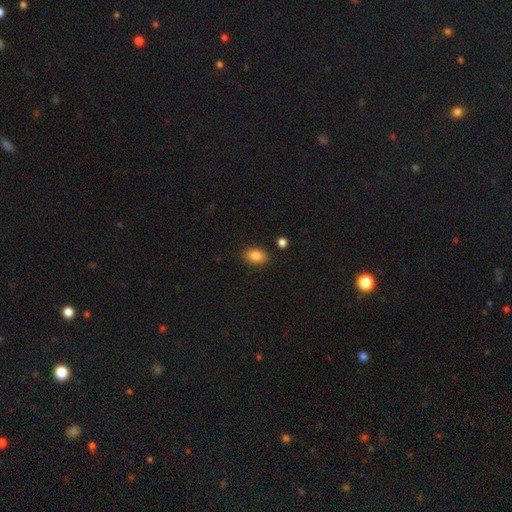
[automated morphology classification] Smooth or featured? Predicted: smooth (p=0.85). How rounded? Predicted: in between (p=0.84). Merging? Predicted: none (p=0.86).